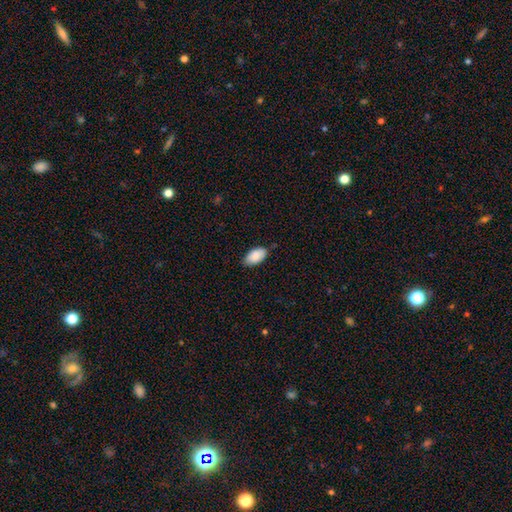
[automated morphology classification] A smooth galaxy with no disk features (88%) that is in between round and cigar-shaped (95%). Merging: none (77%).